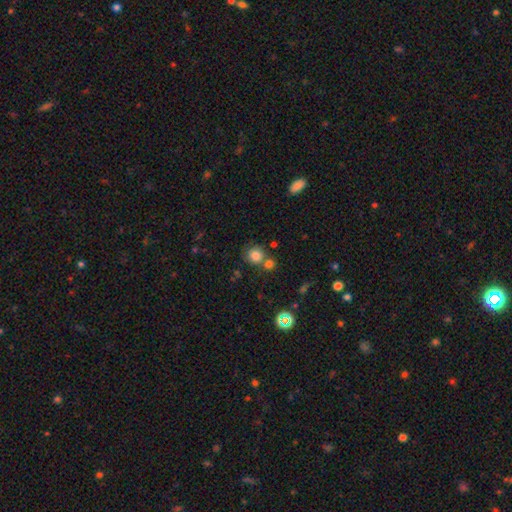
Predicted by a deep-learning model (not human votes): This is likely a smooth galaxy (79%). How rounded: clearly round (89%). Merging: likely none (62%).